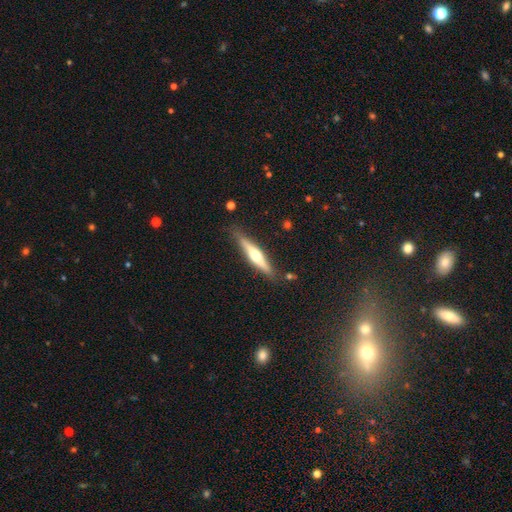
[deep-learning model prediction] A featured or disk galaxy (61%) viewed edge-on (95%) with a rounded central bulge (90%).

Vote fractions:
- Smooth or featured? featured or disk: 61% / smooth: 34% / star or artifact: 5%
- Edge-on disk? yes: 95% / no: 5%
- Edge-on bulge? rounded: 90% / none: 6% / boxy: 4%
- Merging? none: 82% / minor disturbance: 13% / major disturbance: 3% / merger: 2%